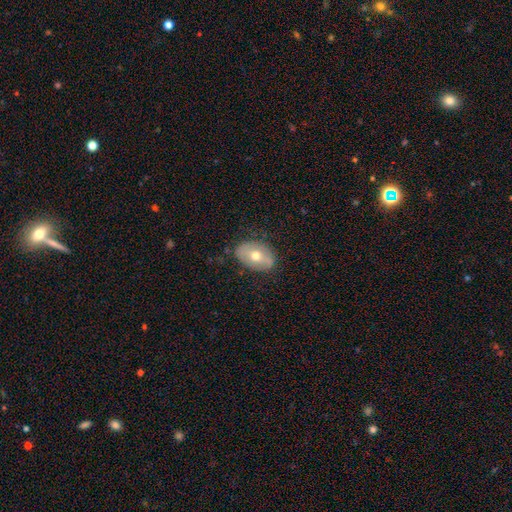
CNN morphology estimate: smooth 53%, featured or disk 40%, star or artifact 7%. Down the decision tree: how rounded — in between (84%); merging — none (79%).